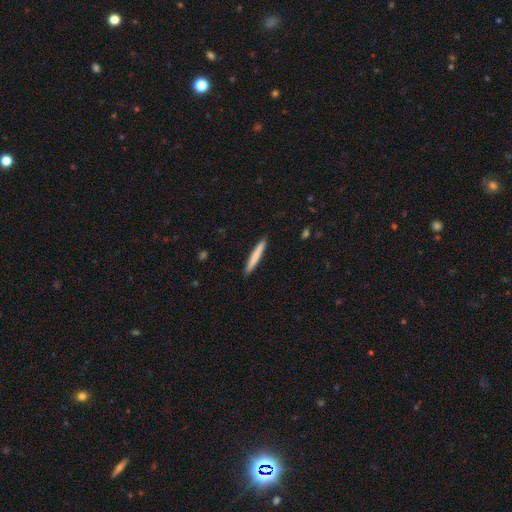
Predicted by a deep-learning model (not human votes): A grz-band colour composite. It shows a smooth galaxy with no disk features (75%) that is cigar-shaped (96%). Merging: none (92%).